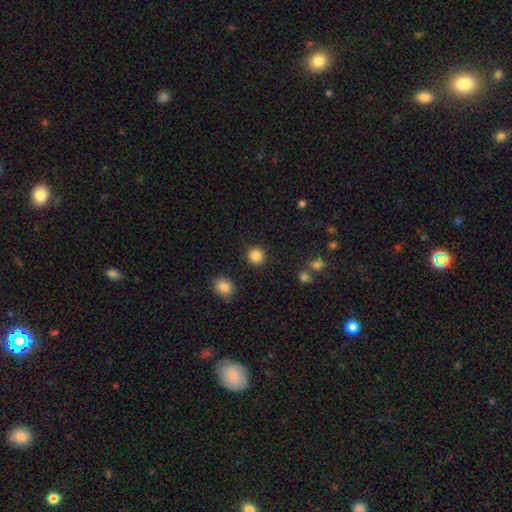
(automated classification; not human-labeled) Smooth or featured?
  - smooth: 86% *
  - star or artifact: 10%
  - featured or disk: 3%
How rounded?
  - round: 92% *
  - in between: 7%
  - cigar-shaped: 1%
Merging?
  - none: 91% *
  - minor disturbance: 5%
  - major disturbance: 2%
  - merger: 2%